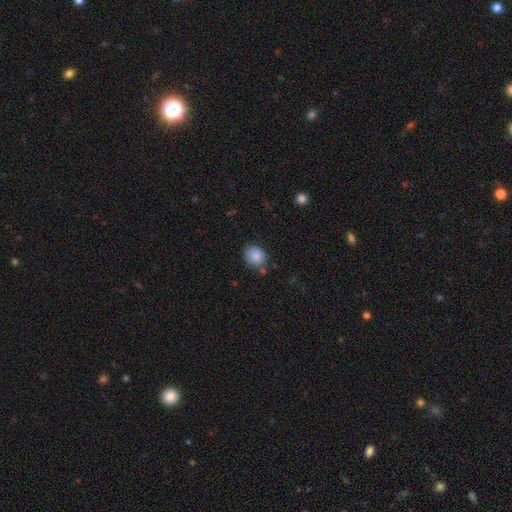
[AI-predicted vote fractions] A smooth galaxy with no disk features (87%) that is round (64%). Merging: none (74%).